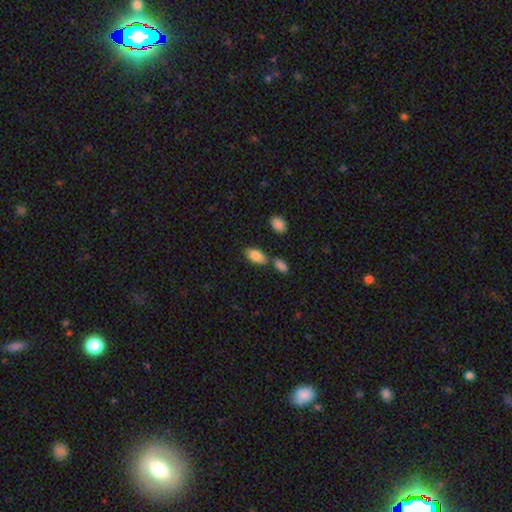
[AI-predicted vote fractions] The model was most divided on "merging": none: 62%, merger: 20%, minor disturbance: 14%, major disturbance: 4%. More confident: how rounded — in between (92%); smooth or featured — smooth (86%).